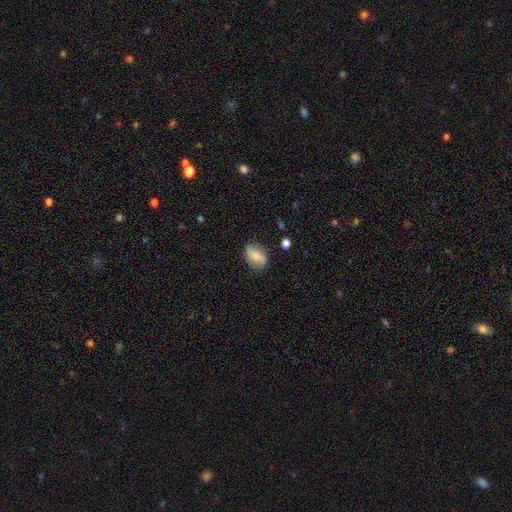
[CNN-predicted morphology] type=smooth (58%); roundness=in between (78%); merging=none (74%).